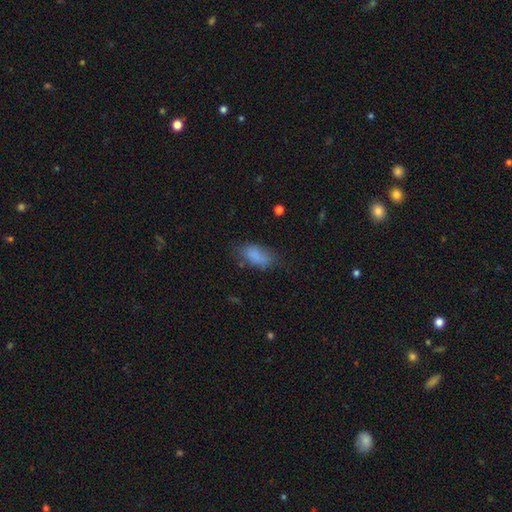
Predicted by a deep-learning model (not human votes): Overall: smooth (81%). How rounded: in between (88%). Merging: none (58%; minor disturbance 28%).